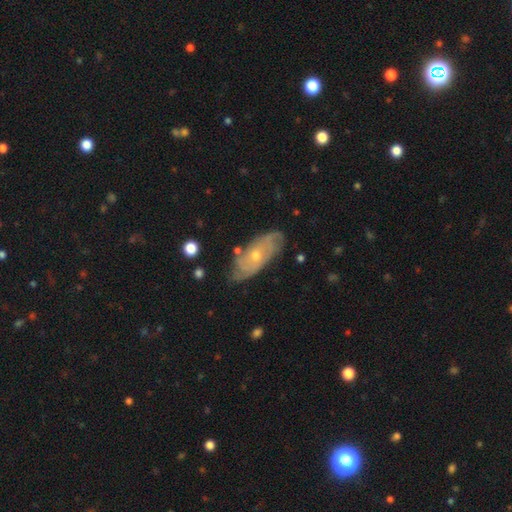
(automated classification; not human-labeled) smooth_or_featured: featured or disk (p=0.71) [alt: smooth p=0.22]
disk_edge_on: no (p=0.87) [alt: yes p=0.13]
bar: no (p=0.80) [alt: weak p=0.16]
has_spiral_arms: yes (p=0.82) [alt: no p=0.18]
spiral_winding: tight (p=0.61) [alt: medium p=0.28]
spiral_arm_count: can't tell (p=0.51) [alt: 2 p=0.25]
bulge_size: small (p=0.55) [alt: moderate p=0.42]
merging: none (p=0.75) [alt: minor disturbance p=0.18]